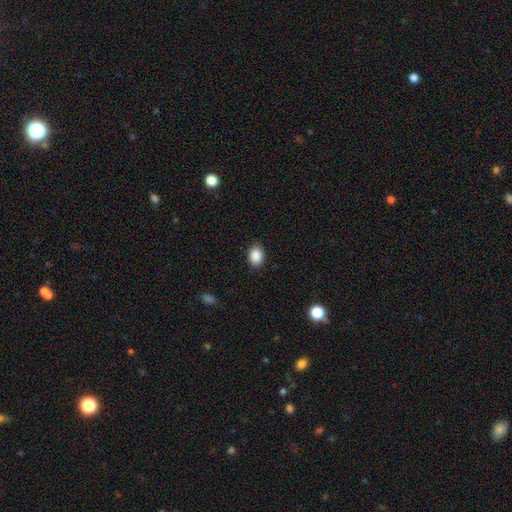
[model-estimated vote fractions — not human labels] This appears to be a smooth galaxy with no disk features (88%) that is in between round and cigar-shaped (68%). Merging: none (87%).